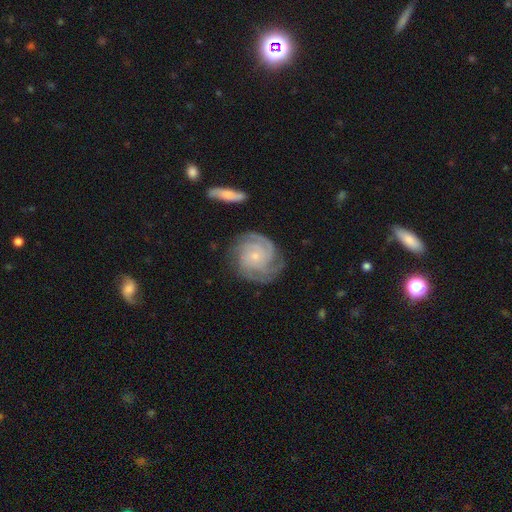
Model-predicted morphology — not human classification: A featured or disk galaxy (86%) with no bar (78%), 4 (30%) tight (70%) spiral arms (97%) and a small central bulge (78%).

Vote fractions:
- Smooth or featured? featured or disk: 86% / smooth: 9% / star or artifact: 6%
- Edge-on disk? no: 98% / yes: 2%
- Bar? no: 78% / weak: 18% / strong: 4%
- Spiral arms? yes: 97% / no: 3%
- Spiral winding? tight: 70% / medium: 25% / loose: 5%
- Spiral arm count? 4: 30% / 3: 28% / can't tell: 17% / 2: 11% / more than 4: 7% / 1: 6%
- Bulge size? small: 78% / moderate: 16% / none: 3% / large: 1% / dominant: 1%
- Merging? none: 77% / minor disturbance: 15% / major disturbance: 6% / merger: 2%